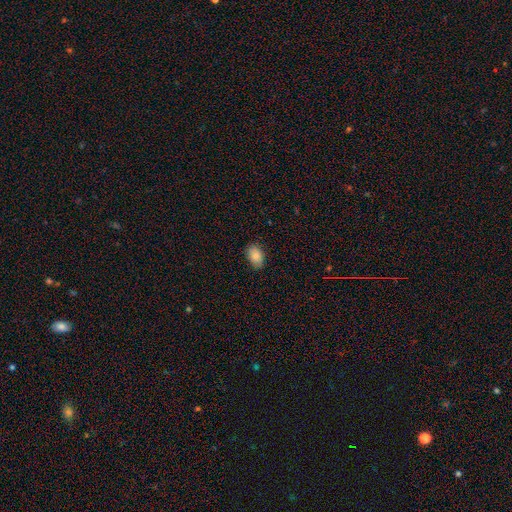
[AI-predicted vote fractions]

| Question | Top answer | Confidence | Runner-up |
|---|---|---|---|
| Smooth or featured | smooth | 84% | featured or disk (8%) |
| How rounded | in between | 90% | round (8%) |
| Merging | none | 84% | minor disturbance (13%) |